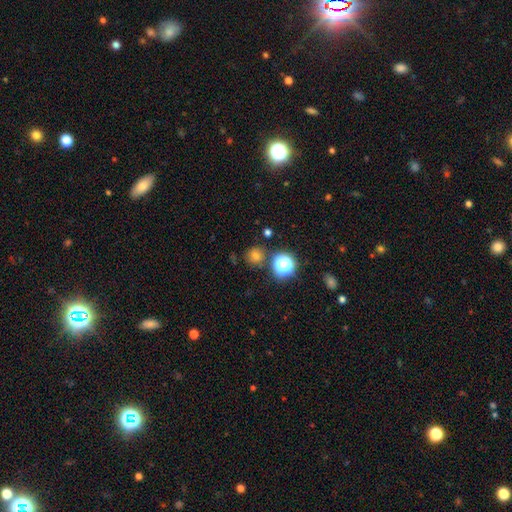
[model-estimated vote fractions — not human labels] The model was most divided on "smooth or featured": smooth: 61%, star or artifact: 31%, featured or disk: 8%. More confident: how rounded — round (90%); merging — none (82%).